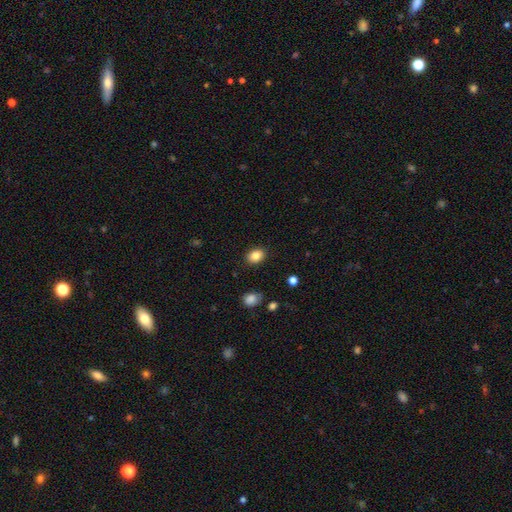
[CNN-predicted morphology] smooth 84%, star or artifact 9%, featured or disk 6%. Down the decision tree: how rounded — in between (63%); merging — none (87%).